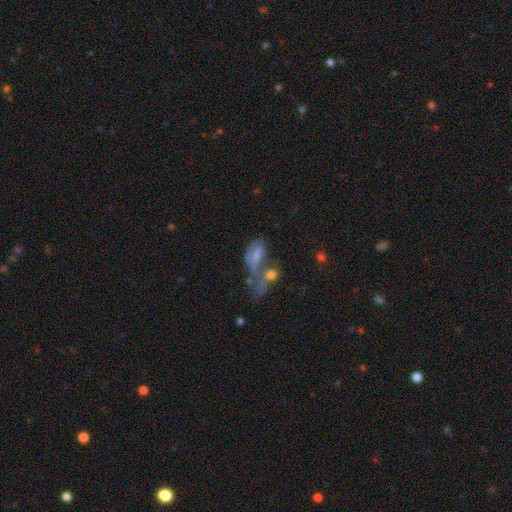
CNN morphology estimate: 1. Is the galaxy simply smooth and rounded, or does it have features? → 51% smooth, 36% featured or disk, 13% star or artifact.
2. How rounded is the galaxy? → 82% in between, 9% cigar-shaped, 8% round.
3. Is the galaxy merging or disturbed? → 45% merger, 26% major disturbance, 17% none, 12% minor disturbance.